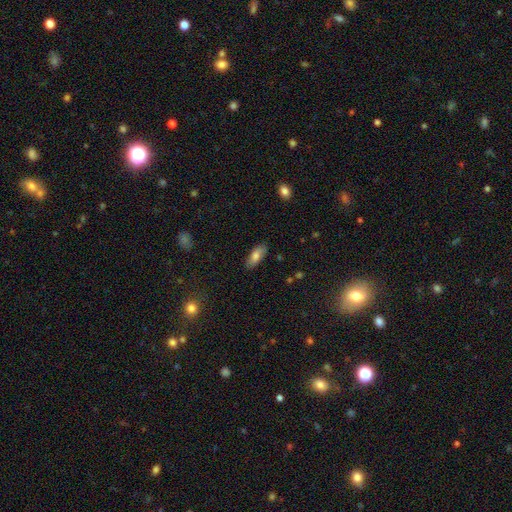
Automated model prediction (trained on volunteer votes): smooth_or_featured: smooth (p=0.75) [alt: featured or disk p=0.17]
how_rounded: in between (p=0.78) [alt: cigar-shaped p=0.19]
merging: none (p=0.83) [alt: minor disturbance p=0.13]